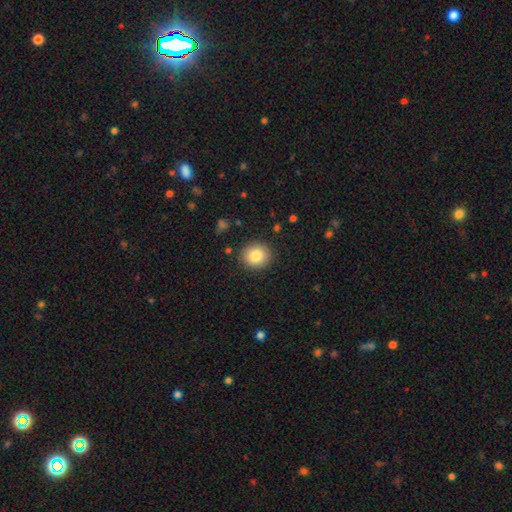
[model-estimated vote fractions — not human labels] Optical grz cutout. It shows a smooth galaxy with no disk features (84%) that is round (84%). Merging: none (89%).